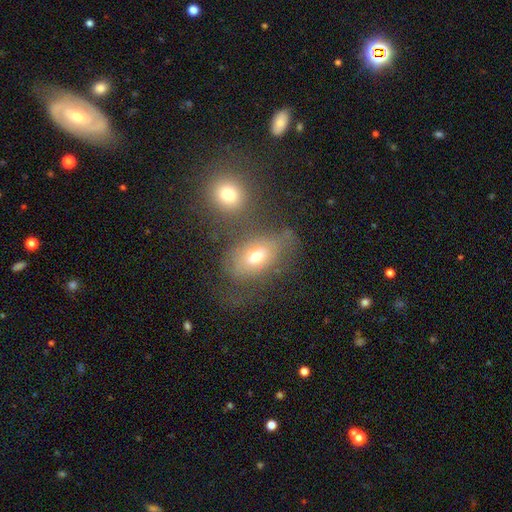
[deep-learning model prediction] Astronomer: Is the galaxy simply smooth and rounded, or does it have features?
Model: smooth — 60%.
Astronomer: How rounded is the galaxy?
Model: in between — 78%.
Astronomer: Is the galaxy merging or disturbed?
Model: none — 39% (runner-up: merger, 28%).